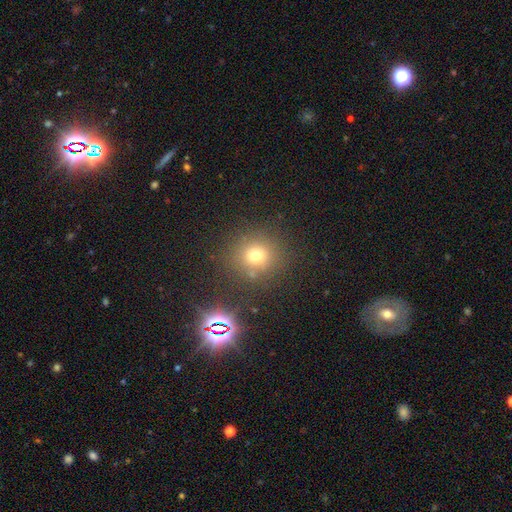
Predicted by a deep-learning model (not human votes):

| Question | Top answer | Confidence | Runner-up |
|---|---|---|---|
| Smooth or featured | smooth | 68% | star or artifact (23%) |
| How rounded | round | 89% | in between (10%) |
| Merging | none | 81% | minor disturbance (9%) |